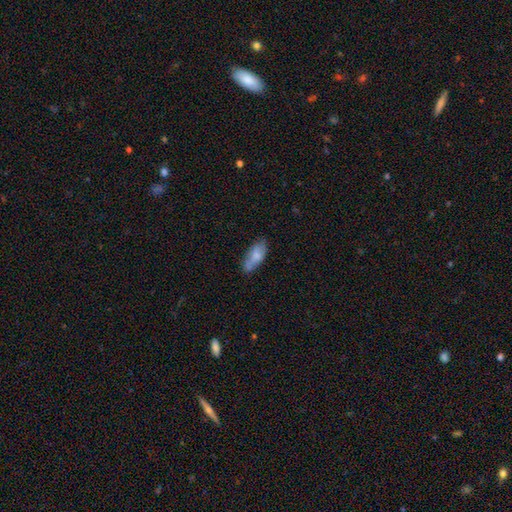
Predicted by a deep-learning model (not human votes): Overall: smooth (71%). How rounded: in between (79%). Merging: none (54%; minor disturbance 30%).